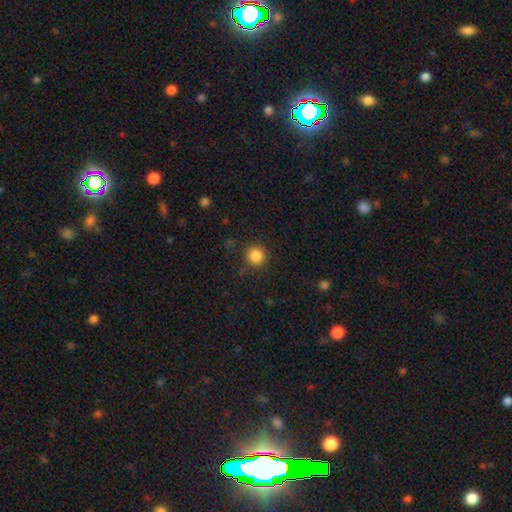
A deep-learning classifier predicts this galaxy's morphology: A smooth galaxy with no disk features (86%) that is round (93%). Merging: none (86%).